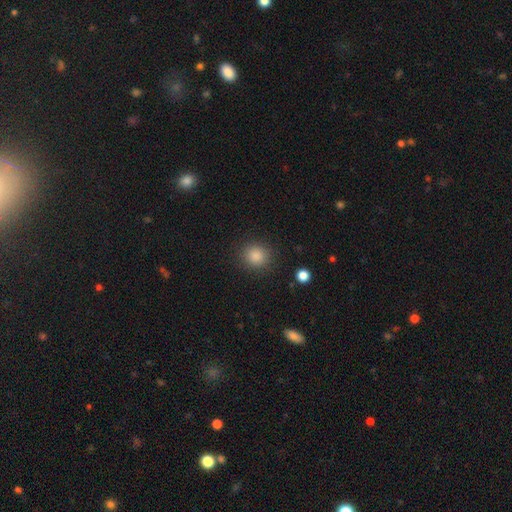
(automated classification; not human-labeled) smooth_or_featured: smooth (p=0.85) [alt: star or artifact p=0.11]
how_rounded: round (p=0.85) [alt: in between p=0.14]
merging: none (p=0.89) [alt: minor disturbance p=0.07]